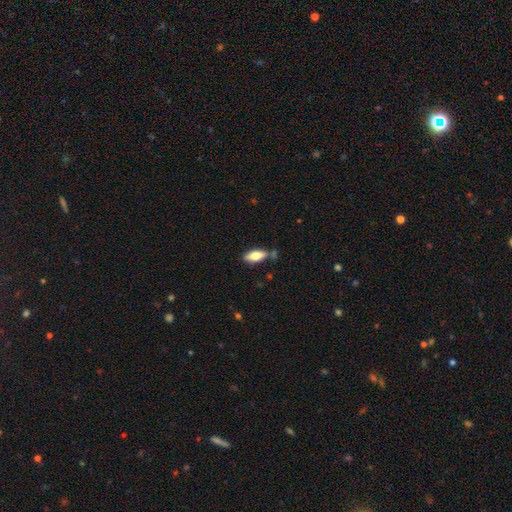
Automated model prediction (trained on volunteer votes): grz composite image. It shows a smooth galaxy with no disk features (67%) that is in between round and cigar-shaped (76%). Merging: none (73%).